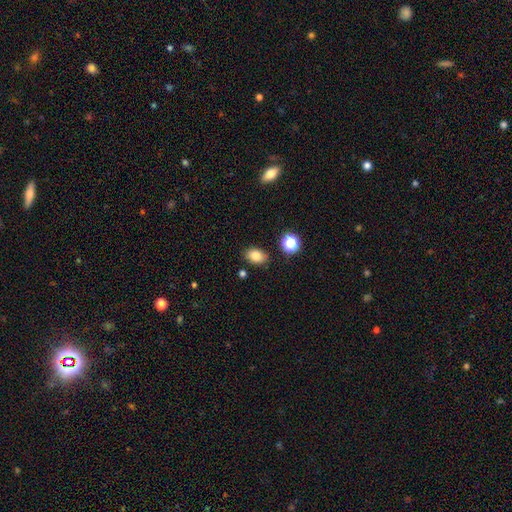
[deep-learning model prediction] smooth 83%, star or artifact 11%, featured or disk 6%. Down the decision tree: how rounded — in between (75%); merging — none (82%).